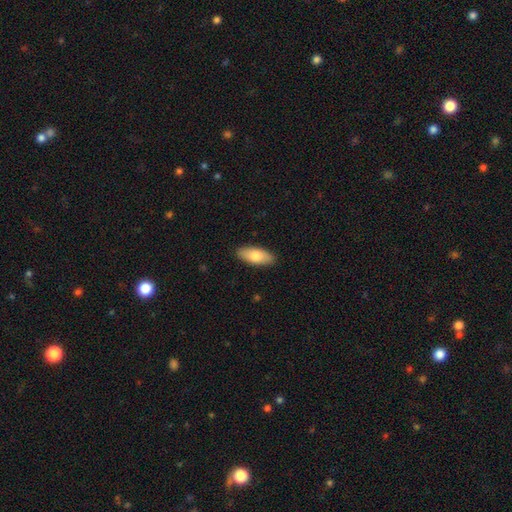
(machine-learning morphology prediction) smooth_or_featured: smooth (p=0.77) [alt: featured or disk p=0.17]
how_rounded: in between (p=0.82) [alt: cigar-shaped p=0.15]
merging: none (p=0.89) [alt: minor disturbance p=0.08]